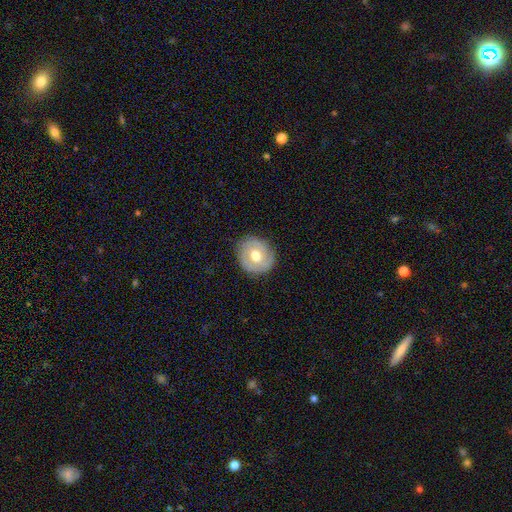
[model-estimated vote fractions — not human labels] Q: Smooth or featured?
A: featured or disk (51%); runner-up: smooth (43%)
Q: Edge-on disk?
A: no (96%); runner-up: yes (4%)
Q: Merging?
A: none (84%); runner-up: minor disturbance (12%)